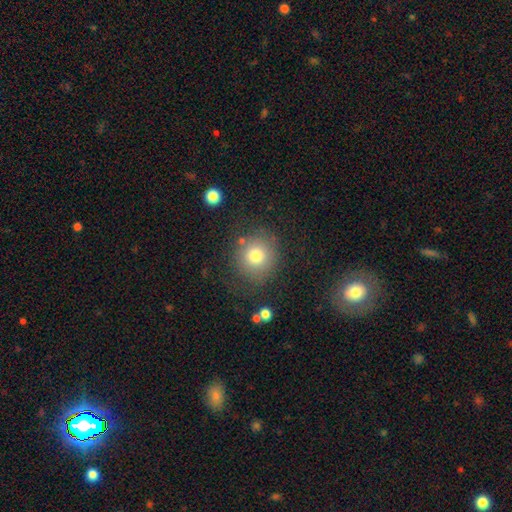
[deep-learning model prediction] Smooth or featured? Predicted: smooth (p=0.77). How rounded? Predicted: round (p=0.90). Merging? Predicted: none (p=0.77).